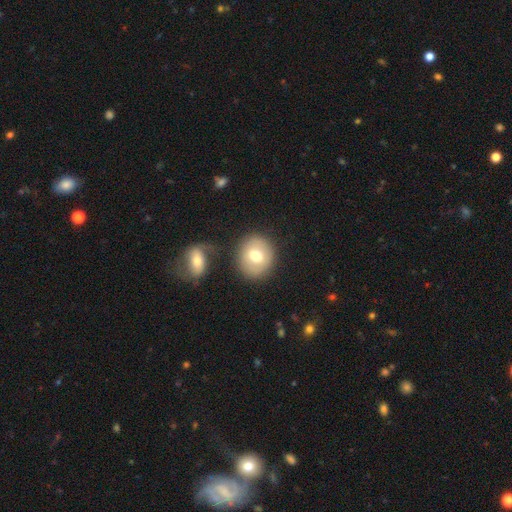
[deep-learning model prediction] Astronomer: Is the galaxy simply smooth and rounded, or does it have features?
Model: smooth — 69%.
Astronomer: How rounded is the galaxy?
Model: round — 77%.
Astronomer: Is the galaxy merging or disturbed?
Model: none — 73%.